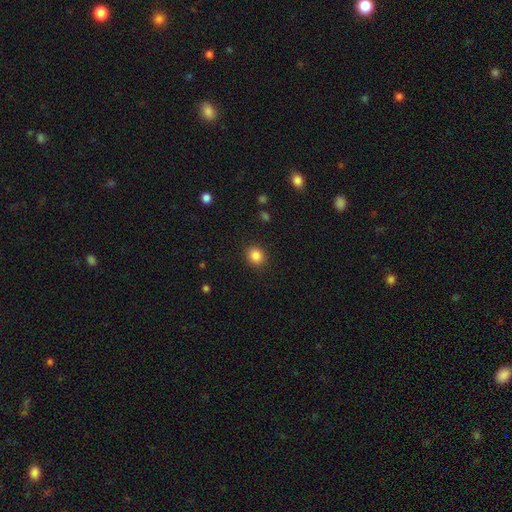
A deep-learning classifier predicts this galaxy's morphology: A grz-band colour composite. It shows a smooth galaxy with no disk features (85%) that is round (76%). Merging: none (90%).